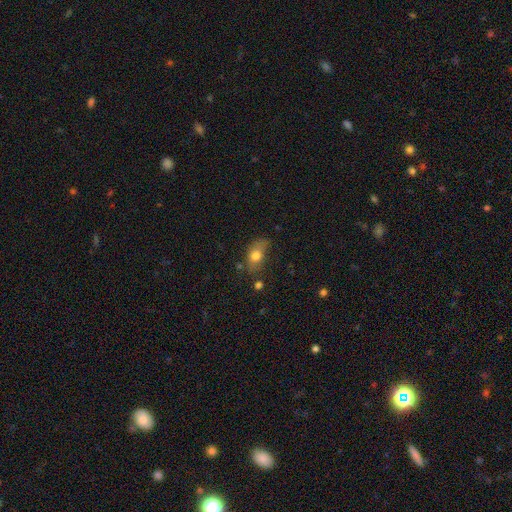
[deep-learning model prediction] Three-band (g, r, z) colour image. It shows a smooth galaxy with no disk features (75%) that is in between round and cigar-shaped (80%). Merging: none (50%).